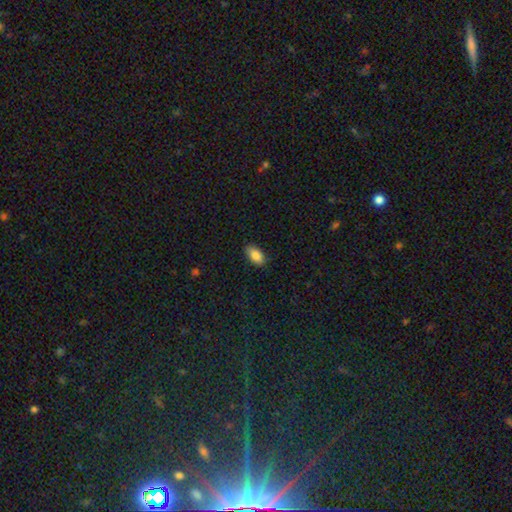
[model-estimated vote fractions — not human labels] The model was most divided on "merging": none: 86%, minor disturbance: 11%, major disturbance: 2%, merger: 1%. More confident: how rounded — in between (93%); smooth or featured — smooth (85%).